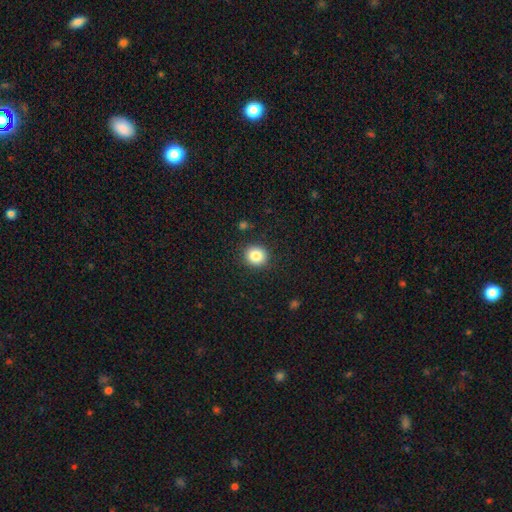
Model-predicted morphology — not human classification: This appears to be a smooth galaxy with no disk features (86%) that is round (84%). Merging: none (89%).